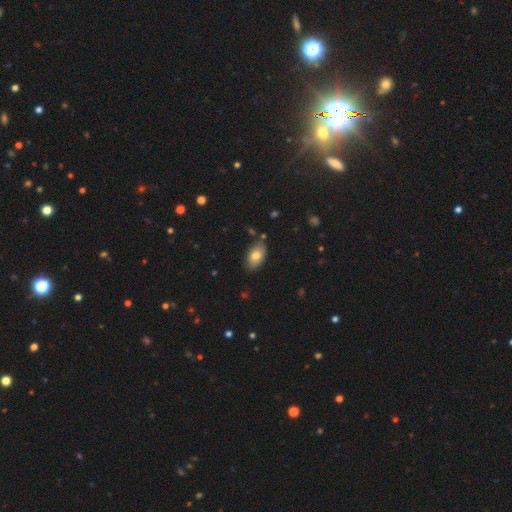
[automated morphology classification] A smooth galaxy with no disk features (78%) that is in between round and cigar-shaped (92%).

Vote fractions:
- Smooth or featured? smooth: 78% / featured or disk: 14% / star or artifact: 7%
- How rounded? in between: 92% / round: 6% / cigar-shaped: 2%
- Merging? none: 80% / minor disturbance: 15% / merger: 3% / major disturbance: 3%